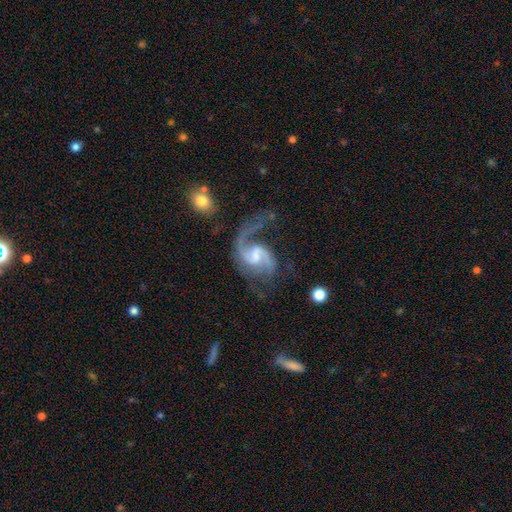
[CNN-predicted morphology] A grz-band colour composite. It shows a featured or disk galaxy (90%) with a weak bar (55%), 2 (79%) loose (51%) spiral arms (97%) and a small central bulge (40%). Merging: none (48%).